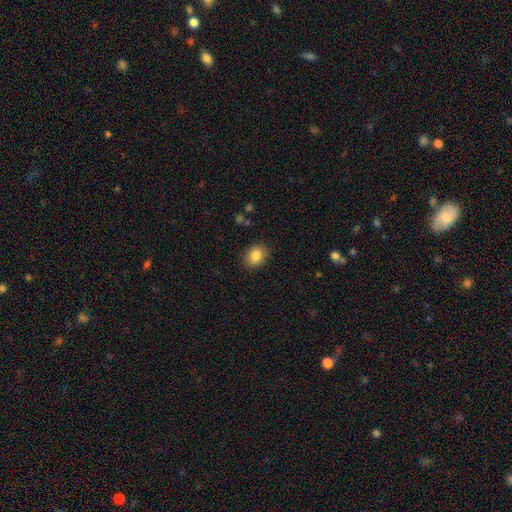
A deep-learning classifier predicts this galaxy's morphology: A smooth galaxy with no disk features (85%) that is in between round and cigar-shaped (52%). Merging: none (88%).